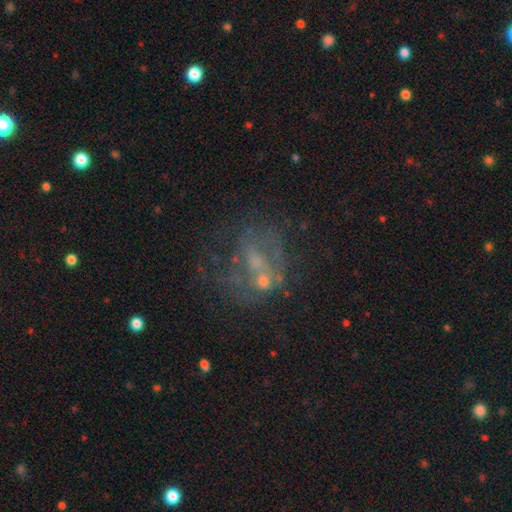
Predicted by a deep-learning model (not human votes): Smooth or featured?
  - featured or disk: 58% *
  - smooth: 24%
  - star or artifact: 18%
Edge-on disk?
  - no: 98% *
  - yes: 2%
Bar?
  - no: 76% *
  - weak: 20%
  - strong: 5%
Spiral arms?
  - no: 73% *
  - yes: 27%
Bulge size?
  - small: 36% *
  - moderate: 31%
  - none: 28%
  - large: 3%
  - dominant: 1%
Merging?
  - none: 38% *
  - major disturbance: 30%
  - minor disturbance: 17%
  - merger: 15%